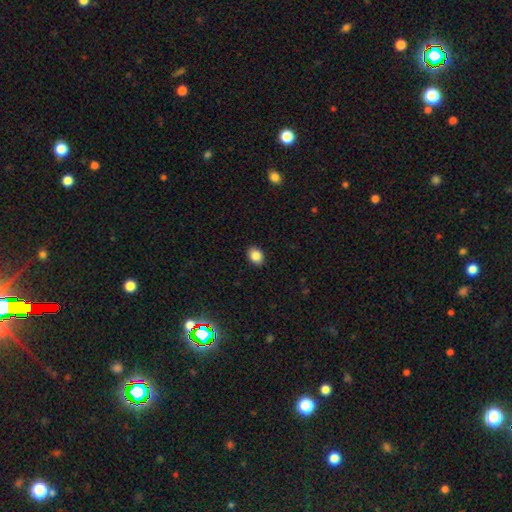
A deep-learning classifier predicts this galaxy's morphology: This appears to be a smooth galaxy with no disk features (86%) that is in between round and cigar-shaped (63%). Merging: none (89%).